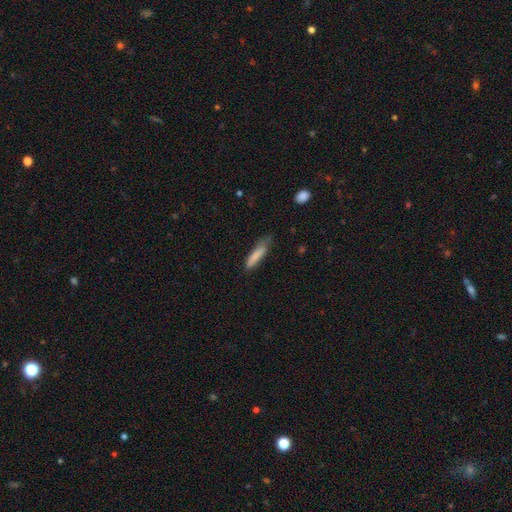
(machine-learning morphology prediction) Overall: smooth (82%). How rounded: cigar-shaped (81%). Merging: none (58%; minor disturbance 32%).